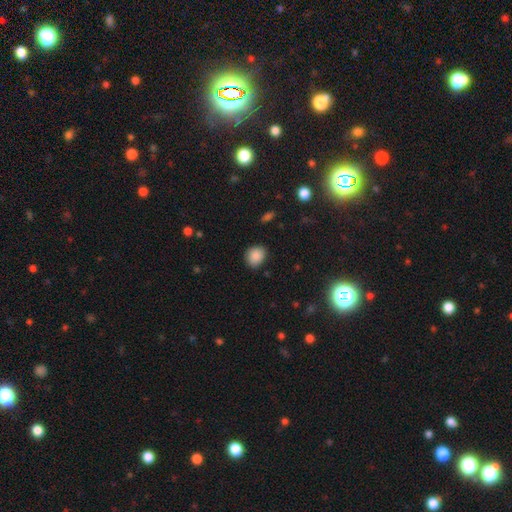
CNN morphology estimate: The model was most divided on "how rounded": round: 57%, in between: 42%, cigar-shaped: 1%. More confident: smooth or featured — smooth (87%); merging — none (82%).